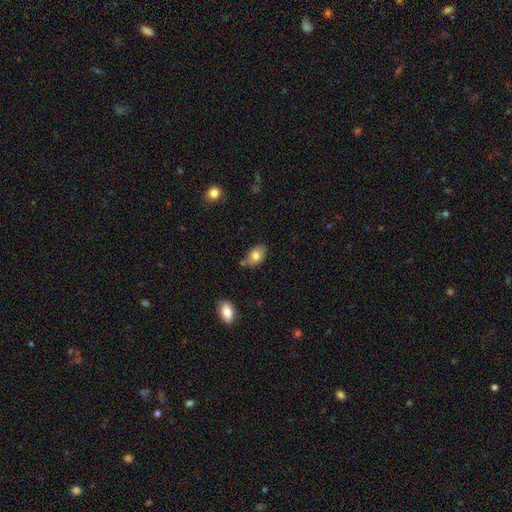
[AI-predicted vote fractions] A smooth galaxy with no disk features (78%) that is in between round and cigar-shaped (89%). Merging: none (66%).